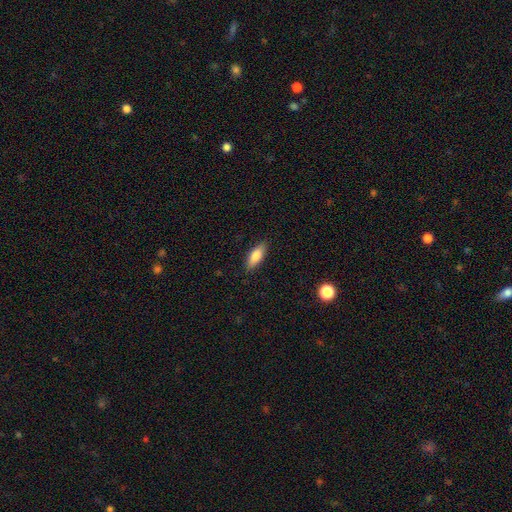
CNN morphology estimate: This appears to be a smooth galaxy with no disk features (79%) that is in between round and cigar-shaped (66%). Merging: none (87%).